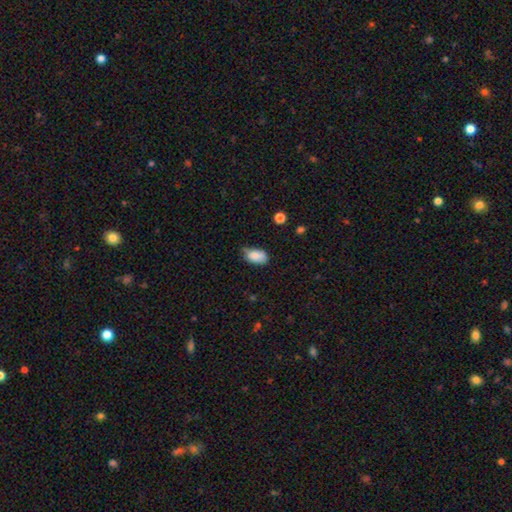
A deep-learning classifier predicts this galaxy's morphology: A smooth galaxy with no disk features (85%) that is in between round and cigar-shaped (92%). Merging: none (54%).